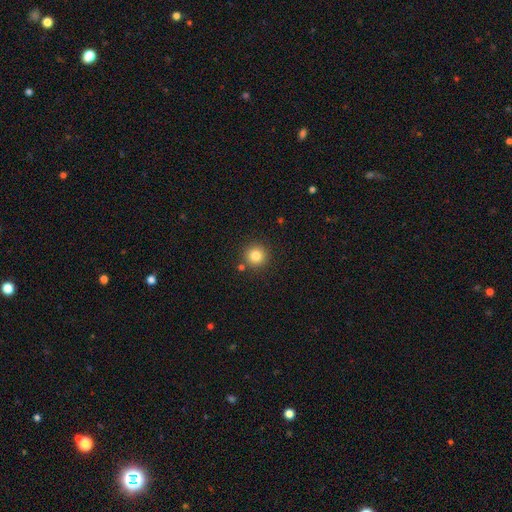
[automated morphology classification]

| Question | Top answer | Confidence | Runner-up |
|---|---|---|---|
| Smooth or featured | smooth | 82% | star or artifact (11%) |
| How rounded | round | 95% | in between (4%) |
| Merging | none | 85% | minor disturbance (7%) |